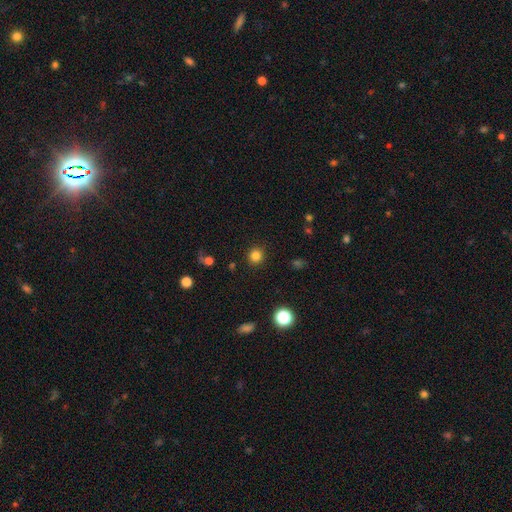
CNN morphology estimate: type=smooth (82%); roundness=round (92%); merging=none (91%).